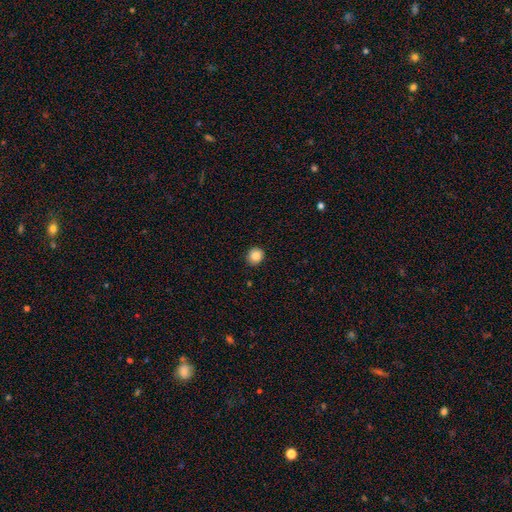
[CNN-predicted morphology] Smooth or featured?
  - smooth: 87% *
  - star or artifact: 10%
  - featured or disk: 4%
How rounded?
  - round: 85% *
  - in between: 14%
  - cigar-shaped: 1%
Merging?
  - none: 89% *
  - minor disturbance: 8%
  - major disturbance: 2%
  - merger: 1%